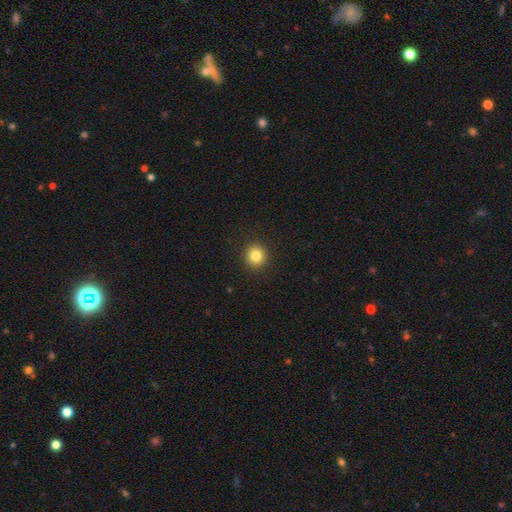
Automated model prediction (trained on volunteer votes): A smooth galaxy with no disk features (83%) that is round (91%). Merging: none (92%).